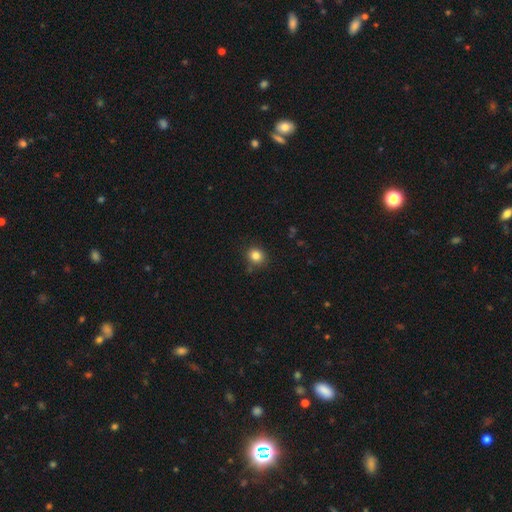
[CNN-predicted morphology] This is clearly a smooth galaxy (83%). How rounded: clearly round (84%). Merging: clearly none (84%).